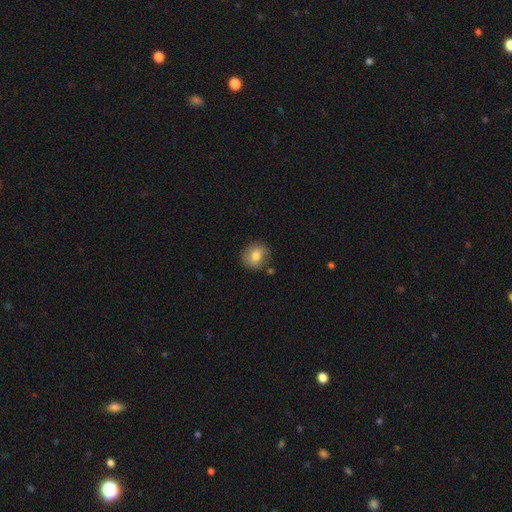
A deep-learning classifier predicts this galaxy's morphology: Overall: smooth (76%). How rounded: round (80%). Merging: none (78%).